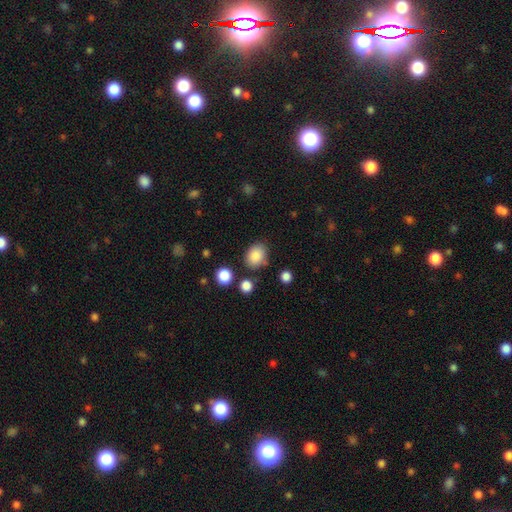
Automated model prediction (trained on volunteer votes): Morphology: type=smooth (86%); roundness=in between (59%); merging=none (77%).